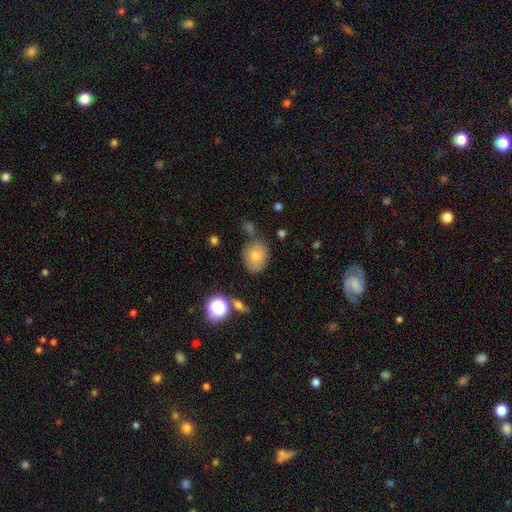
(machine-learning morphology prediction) The model was most divided on "how rounded": round: 52%, in between: 47%, cigar-shaped: 1%. More confident: smooth or featured — smooth (71%); merging — none (67%).